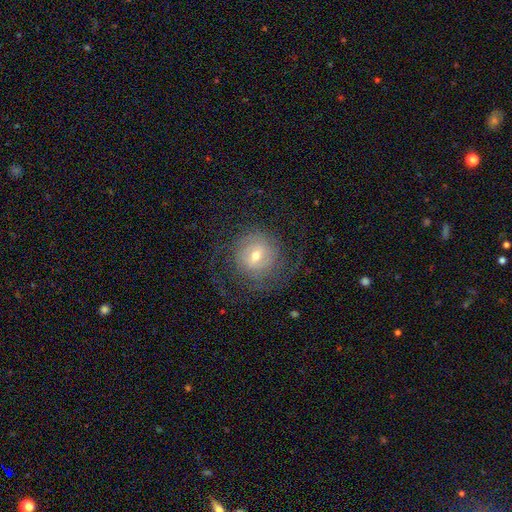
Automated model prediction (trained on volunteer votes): Smooth or featured? featured or disk (70%)
Edge-on disk? no (97%)
Bar? weak (47%)
Spiral arms? yes (85%)
Spiral winding? tight (50%)
Spiral arm count? 2 (38%)
Bulge size? moderate (53%)
Merging? none (71%)